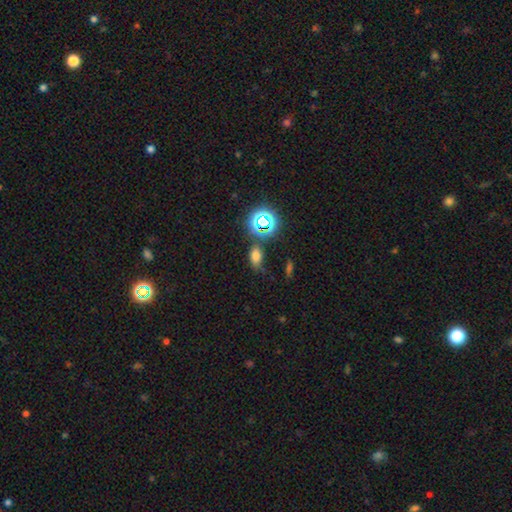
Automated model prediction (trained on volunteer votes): Smooth or featured: smooth — 66% (star or artifact — 26%)
How rounded: in between — 82% (round — 14%)
Merging: none — 66% (minor disturbance — 19%)